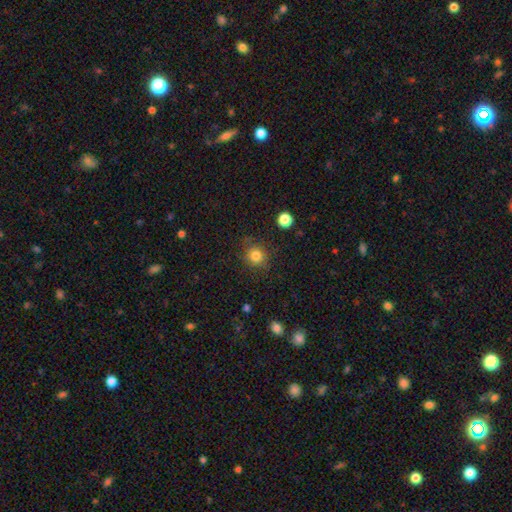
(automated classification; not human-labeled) Q: Smooth or featured?
A: smooth (81%); runner-up: star or artifact (13%)
Q: How rounded?
A: round (87%); runner-up: in between (12%)
Q: Merging?
A: none (81%); runner-up: minor disturbance (13%)